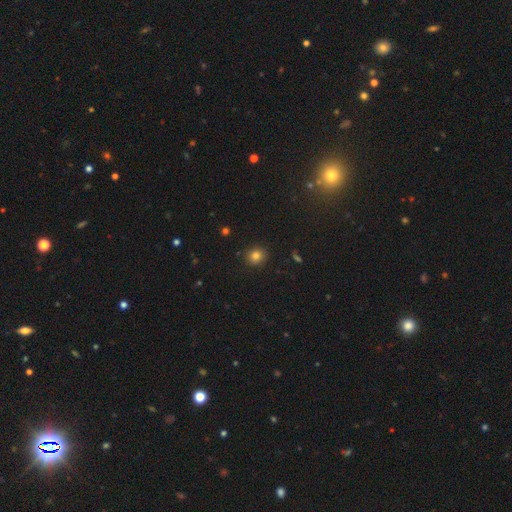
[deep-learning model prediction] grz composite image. It shows a smooth galaxy with no disk features (80%) that is round (81%). Merging: none (88%).